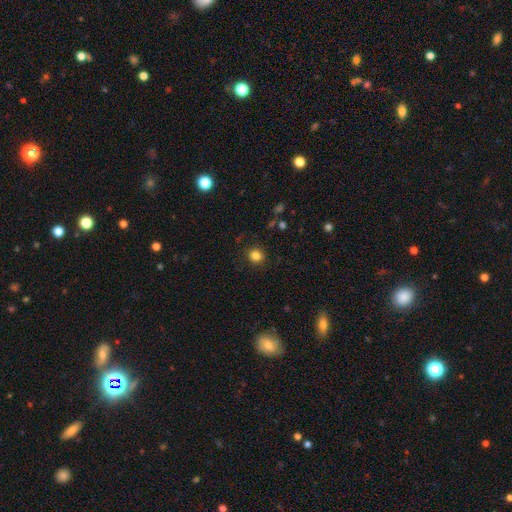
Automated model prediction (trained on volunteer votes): Smooth or featured? smooth (83%)
How rounded? round (87%)
Merging? none (90%)